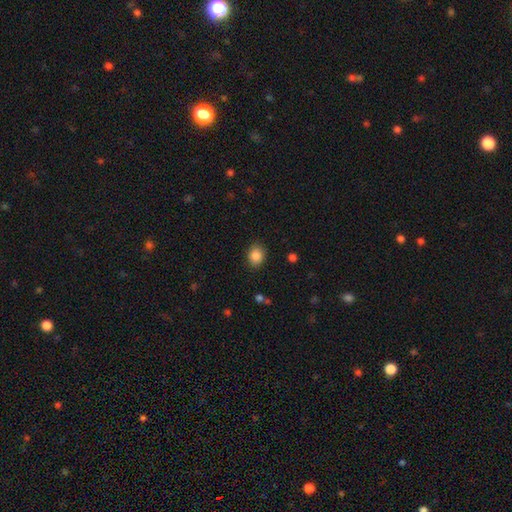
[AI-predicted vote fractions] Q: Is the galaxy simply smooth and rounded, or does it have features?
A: smooth — 87%.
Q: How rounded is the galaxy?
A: round — 54%.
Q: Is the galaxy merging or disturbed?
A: none — 87%.